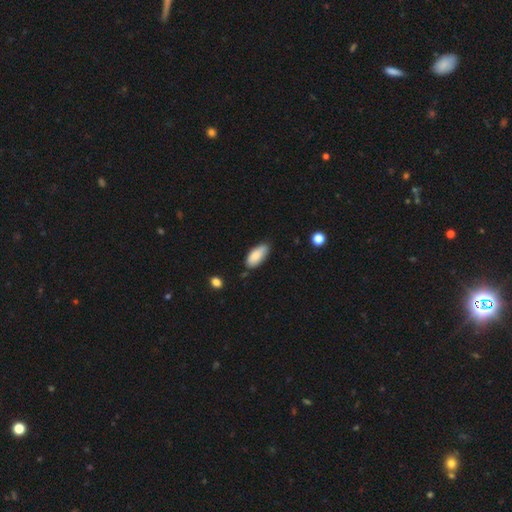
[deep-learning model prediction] Overall: smooth (80%). How rounded: in between (88%). Merging: none (70%).